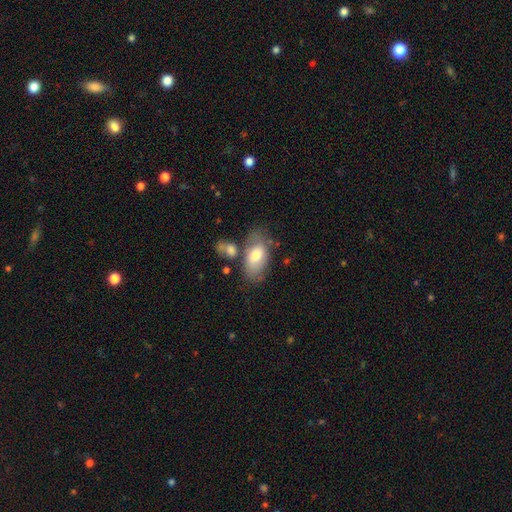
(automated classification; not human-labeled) The model was most divided on "merging": none: 55%, merger: 19%, minor disturbance: 19%, major disturbance: 7%. More confident: how rounded — in between (92%); smooth or featured — smooth (71%).